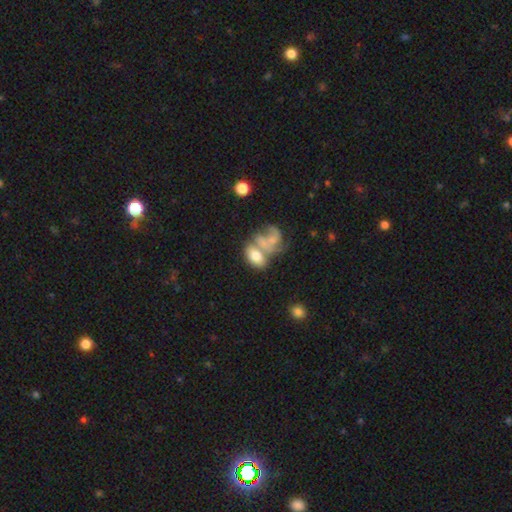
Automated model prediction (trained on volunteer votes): Smooth or featured?
  - smooth: 63% *
  - featured or disk: 28%
  - star or artifact: 9%
How rounded?
  - in between: 86% *
  - round: 11%
  - cigar-shaped: 2%
Merging?
  - merger: 57% *
  - none: 22%
  - minor disturbance: 11%
  - major disturbance: 10%